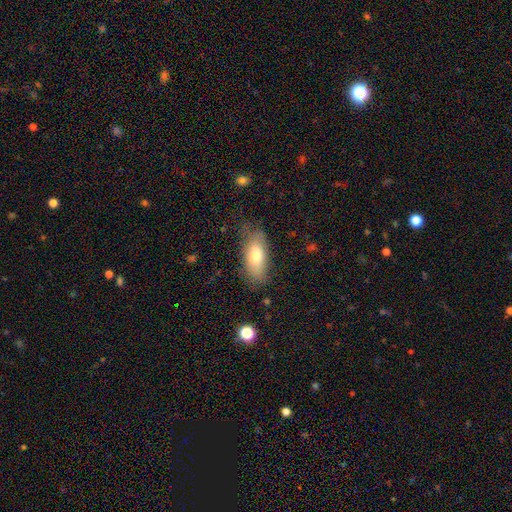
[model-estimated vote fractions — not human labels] A smooth galaxy with no disk features (74%) that is in between round and cigar-shaped (82%). Merging: none (72%).